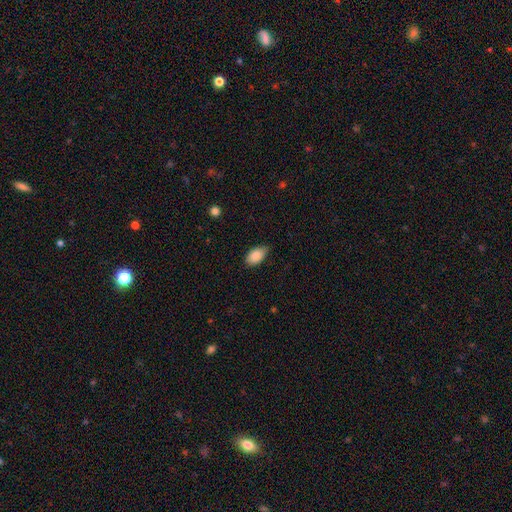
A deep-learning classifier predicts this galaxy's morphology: A smooth galaxy with no disk features (89%) that is in between round and cigar-shaped (92%).

Vote fractions:
- Smooth or featured? smooth: 89% / star or artifact: 7% / featured or disk: 4%
- How rounded? in between: 92% / round: 6% / cigar-shaped: 2%
- Merging? none: 69% / minor disturbance: 26% / major disturbance: 4% / merger: 1%